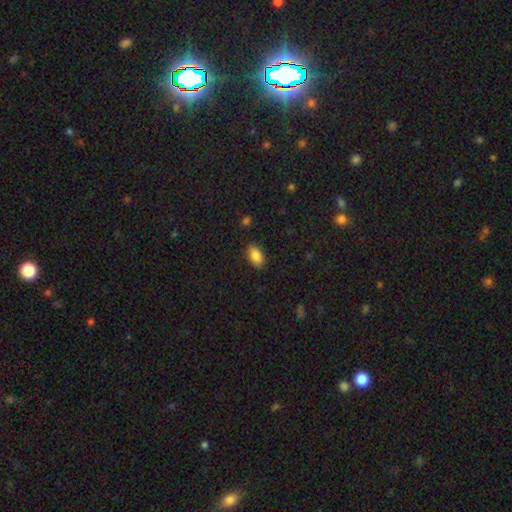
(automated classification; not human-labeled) smooth_or_featured: smooth (p=0.86) [alt: star or artifact p=0.08]
how_rounded: in between (p=0.92) [alt: round p=0.06]
merging: none (p=0.87) [alt: minor disturbance p=0.10]